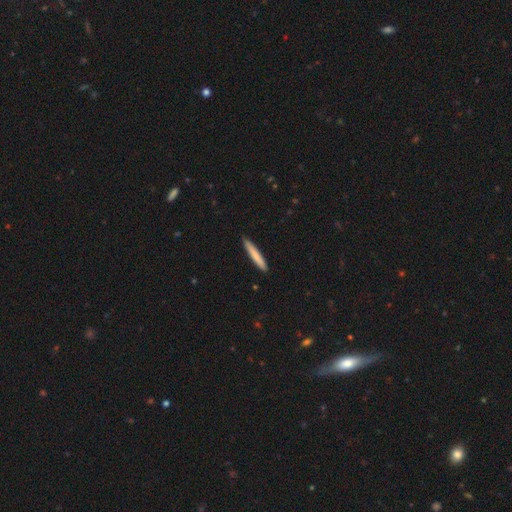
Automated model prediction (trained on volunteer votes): Smooth or featured? Predicted: smooth (p=0.78). How rounded? Predicted: cigar-shaped (p=0.95). Merging? Predicted: none (p=0.90).